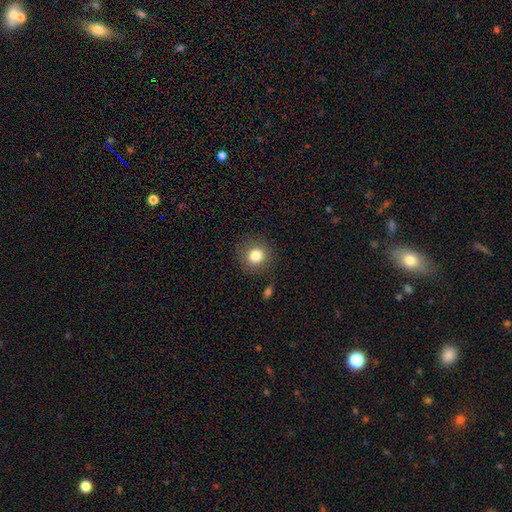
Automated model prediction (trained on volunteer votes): smooth-or-featured: smooth: 82% | star or artifact: 11% | featured or disk: 7%
  how-rounded: round: 89% | in between: 10% | cigar-shaped: 1%
  merging: none: 85% | minor disturbance: 10% | major disturbance: 4% | merger: 2%